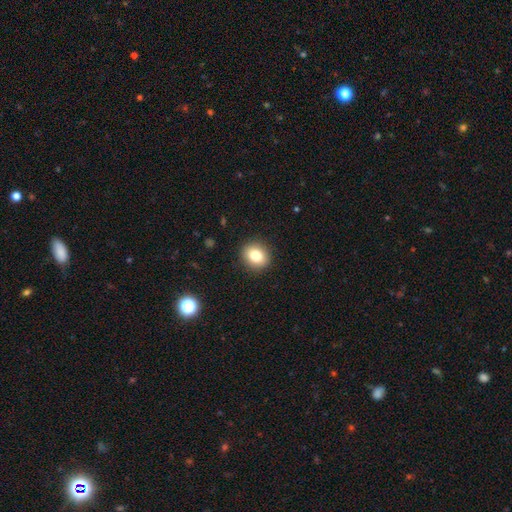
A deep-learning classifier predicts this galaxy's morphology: Q: Smooth or featured?
A: smooth (81%); runner-up: star or artifact (11%)
Q: How rounded?
A: round (73%); runner-up: in between (26%)
Q: Merging?
A: none (91%); runner-up: minor disturbance (6%)